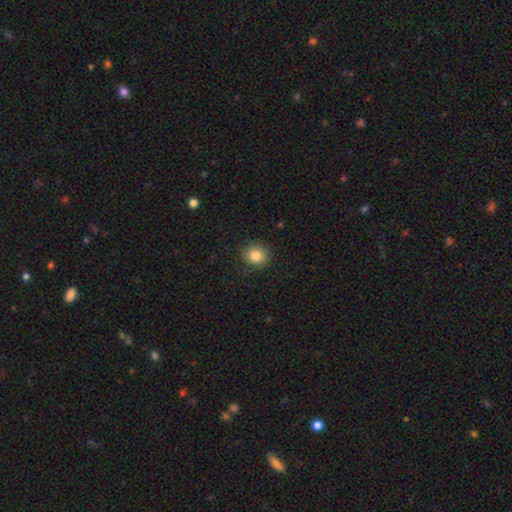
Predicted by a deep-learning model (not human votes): Smooth or featured? Predicted: smooth (p=0.84). How rounded? Predicted: round (p=0.85). Merging? Predicted: none (p=0.88).